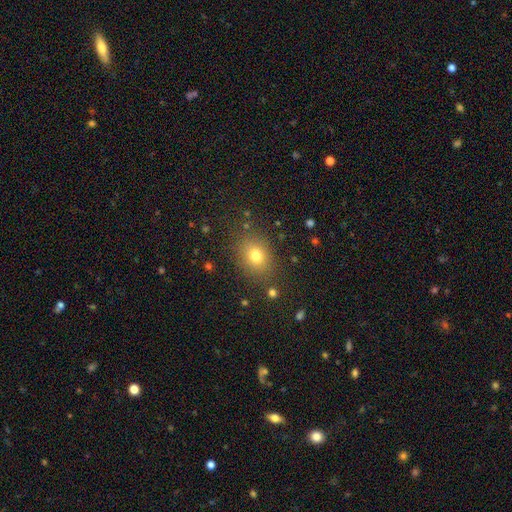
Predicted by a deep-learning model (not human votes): Overall: smooth (76%). How rounded: in between (53%; round 46%). Merging: none (83%).